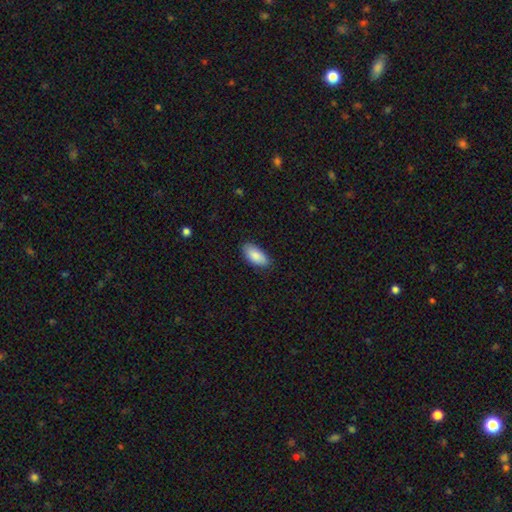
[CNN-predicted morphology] smooth 88%, featured or disk 6%, star or artifact 6%. Down the decision tree: how rounded — in between (92%); merging — none (83%).